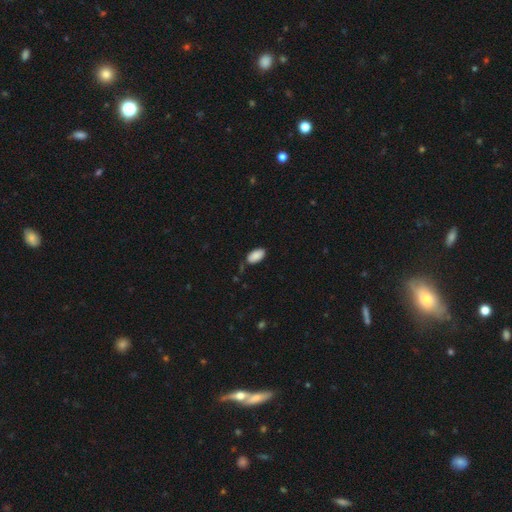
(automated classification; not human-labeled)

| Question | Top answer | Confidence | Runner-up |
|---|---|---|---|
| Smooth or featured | smooth | 89% | star or artifact (7%) |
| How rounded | in between | 95% | round (3%) |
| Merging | none | 77% | minor disturbance (19%) |